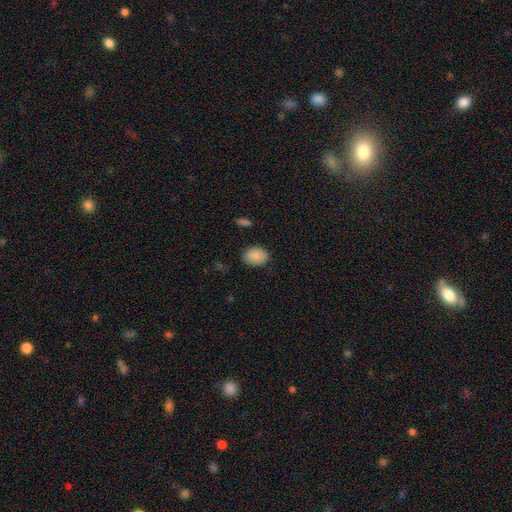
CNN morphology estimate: Smooth or featured? Predicted: smooth (p=0.89). How rounded? Predicted: in between (p=0.71). Merging? Predicted: none (p=0.82).